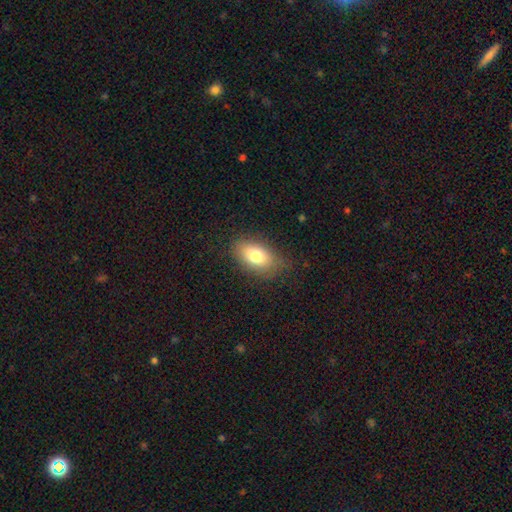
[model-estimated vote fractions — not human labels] Smooth or featured?
  - smooth: 77% *
  - featured or disk: 15%
  - star or artifact: 9%
How rounded?
  - in between: 89% *
  - round: 9%
  - cigar-shaped: 3%
Merging?
  - none: 79% *
  - minor disturbance: 15%
  - major disturbance: 4%
  - merger: 1%